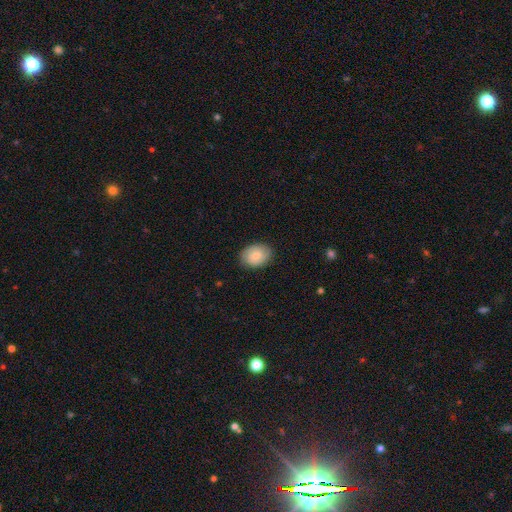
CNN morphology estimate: Smooth or featured? Predicted: smooth (p=0.81). How rounded? Predicted: in between (p=0.71). Merging? Predicted: none (p=0.86).